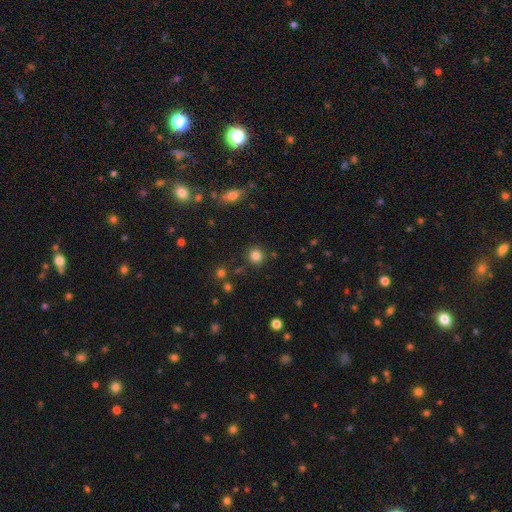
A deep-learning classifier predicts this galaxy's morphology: A smooth galaxy with no disk features (83%) that is round (91%). Merging: none (88%).